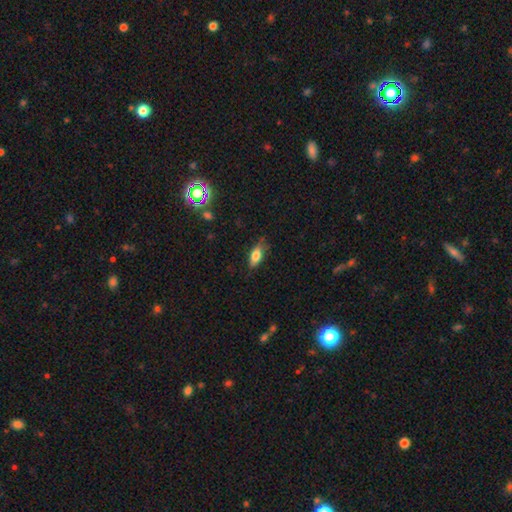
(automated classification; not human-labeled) Smooth or featured? smooth (74%)
How rounded? in between (76%)
Merging? none (76%)